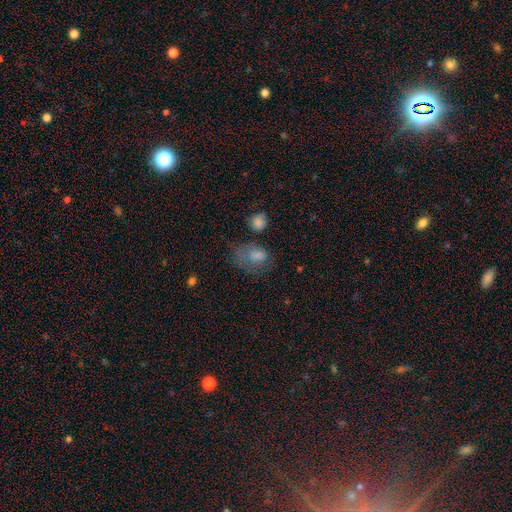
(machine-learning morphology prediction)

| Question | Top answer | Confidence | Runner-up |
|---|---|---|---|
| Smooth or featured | smooth | 73% | featured or disk (15%) |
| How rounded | in between | 74% | round (24%) |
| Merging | major disturbance | 37% | none (29%) |